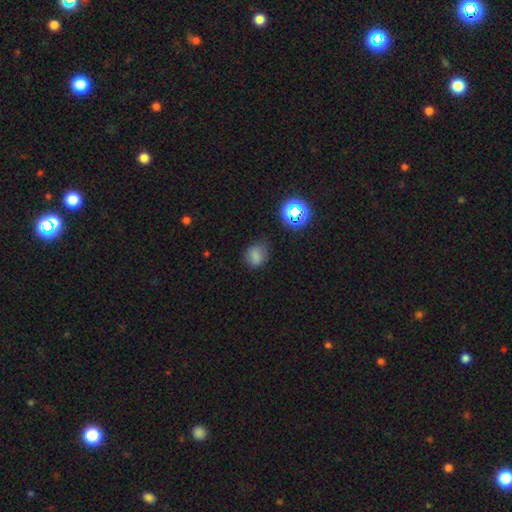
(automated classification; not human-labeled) Overall: smooth (74%). How rounded: round (52%; in between 47%). Merging: none (71%).